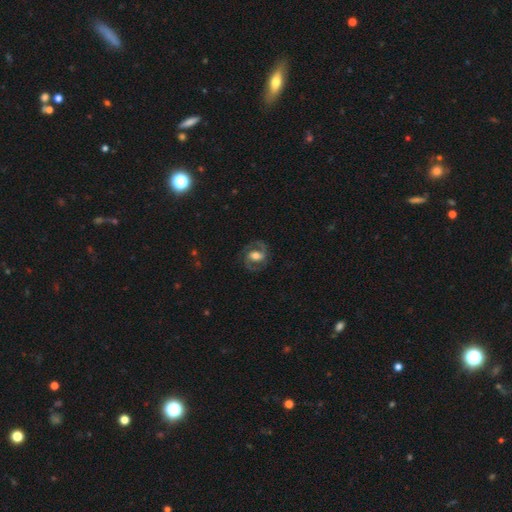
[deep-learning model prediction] Smooth or featured? featured or disk (78%)
Edge-on disk? no (97%)
Bar? weak (44%)
Spiral arms? yes (91%)
Spiral winding? medium (56%)
Spiral arm count? 2 (91%)
Bulge size? moderate (55%)
Merging? none (78%)